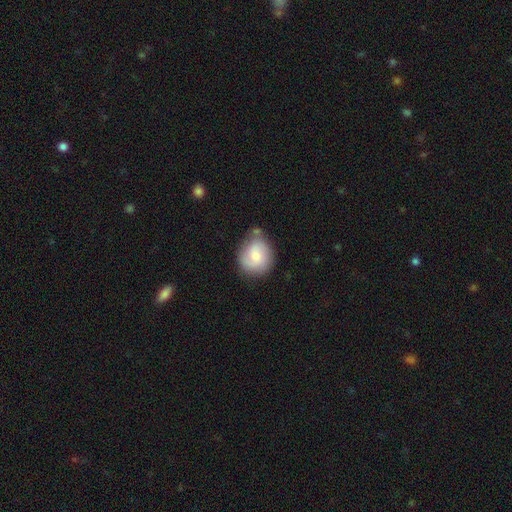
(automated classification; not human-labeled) Overall: smooth (66%; featured or disk 27%). How rounded: round (78%). Merging: none (61%; minor disturbance 23%).